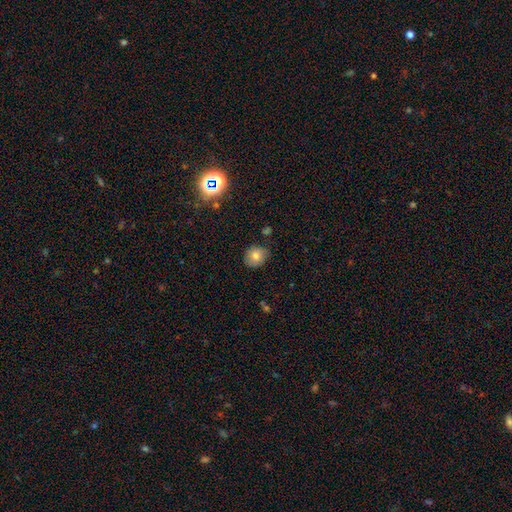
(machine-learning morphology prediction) This appears to be a smooth galaxy with no disk features (76%) that is round (69%). Merging: none (77%).